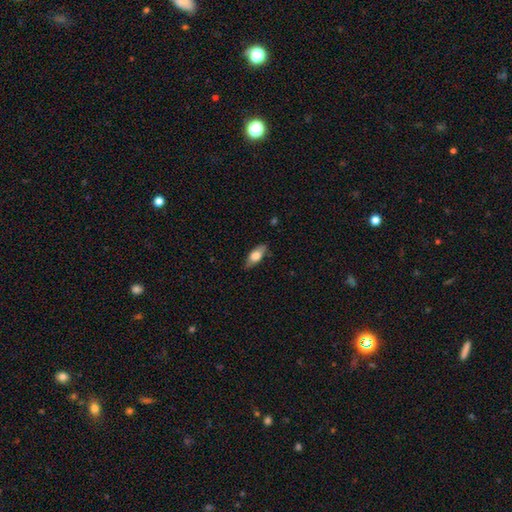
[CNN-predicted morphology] This is likely a smooth galaxy (69%). How rounded: likely in between (80%). Merging: likely none (80%).